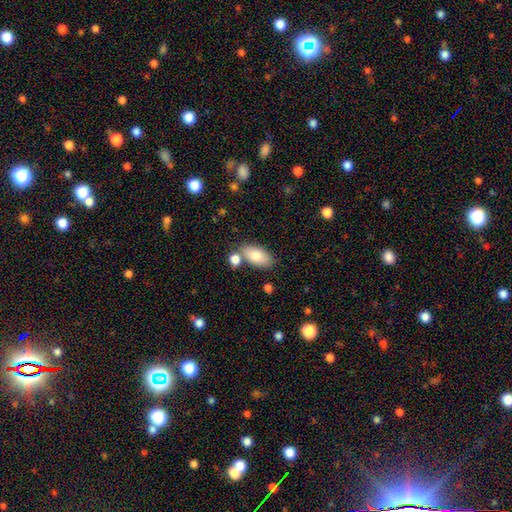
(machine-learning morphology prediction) This is clearly a smooth galaxy (81%). How rounded: clearly in between (92%). Merging: likely none (67%).